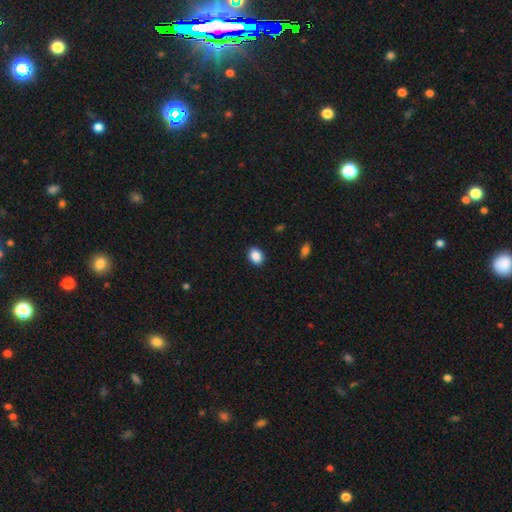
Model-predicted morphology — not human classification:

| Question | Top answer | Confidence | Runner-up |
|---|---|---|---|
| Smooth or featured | smooth | 88% | star or artifact (8%) |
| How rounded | in between | 64% | round (35%) |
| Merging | none | 89% | minor disturbance (8%) |